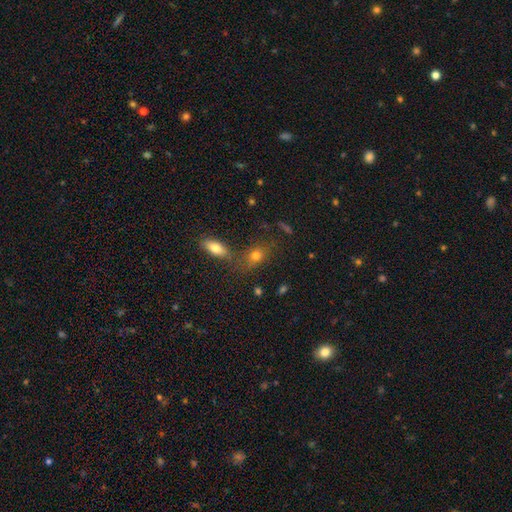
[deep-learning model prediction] Smooth or featured?
  - smooth: 74% *
  - star or artifact: 14%
  - featured or disk: 12%
How rounded?
  - in between: 67% *
  - round: 28%
  - cigar-shaped: 5%
Merging?
  - none: 62% *
  - merger: 19%
  - minor disturbance: 14%
  - major disturbance: 6%